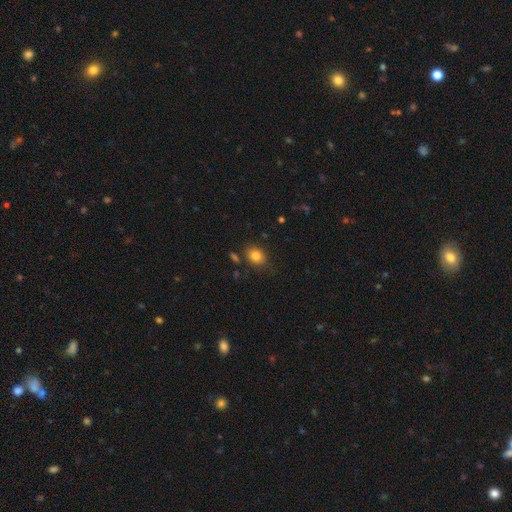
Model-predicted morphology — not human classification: A smooth galaxy with no disk features (81%) that is round (50%).

Vote fractions:
- Smooth or featured? smooth: 81% / star or artifact: 11% / featured or disk: 8%
- How rounded? round: 50% / in between: 49% / cigar-shaped: 1%
- Merging? none: 80% / minor disturbance: 13% / merger: 4% / major disturbance: 3%